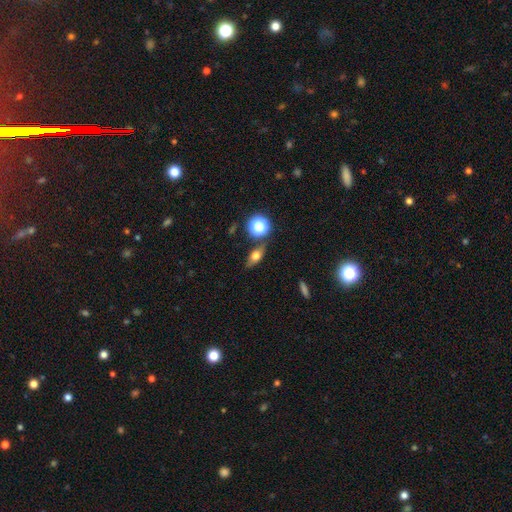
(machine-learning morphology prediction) smooth-or-featured: smooth: 55% | featured or disk: 31% | star or artifact: 14%
  how-rounded: in between: 59% | round: 22% | cigar-shaped: 19%
  merging: none: 78% | minor disturbance: 13% | merger: 6% | major disturbance: 3%